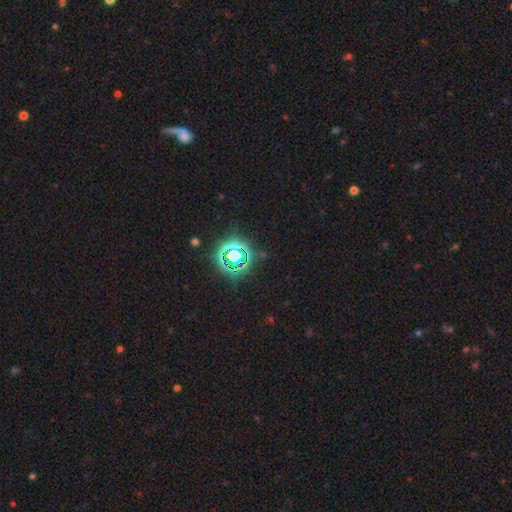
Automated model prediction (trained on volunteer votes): A star or artifact, not a galaxy (78%).

Vote fractions:
- Smooth or featured? star or artifact: 78% / smooth: 15% / featured or disk: 7%